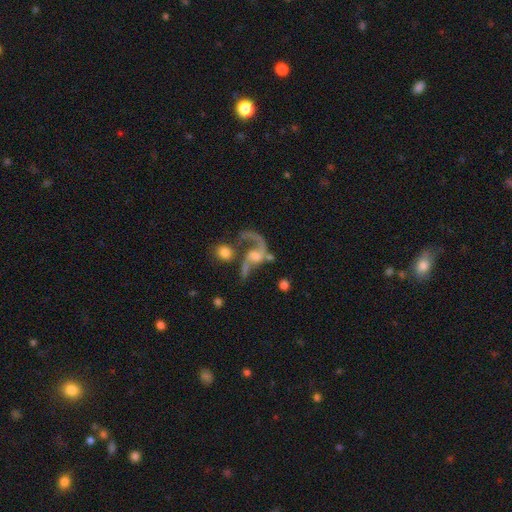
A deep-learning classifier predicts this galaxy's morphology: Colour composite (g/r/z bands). It shows a featured or disk galaxy (82%) with no bar (51%), 2 (74%) loose (79%) spiral arms (91%) and a moderate central bulge (40%). Merging: major disturbance (31%).